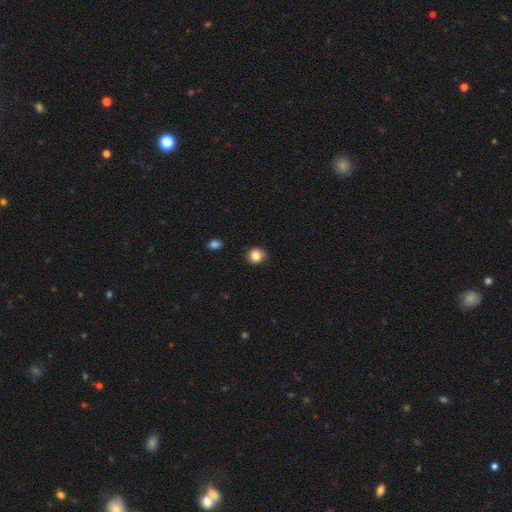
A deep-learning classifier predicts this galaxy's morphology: Smooth or featured? smooth (81%)
How rounded? round (84%)
Merging? none (74%)